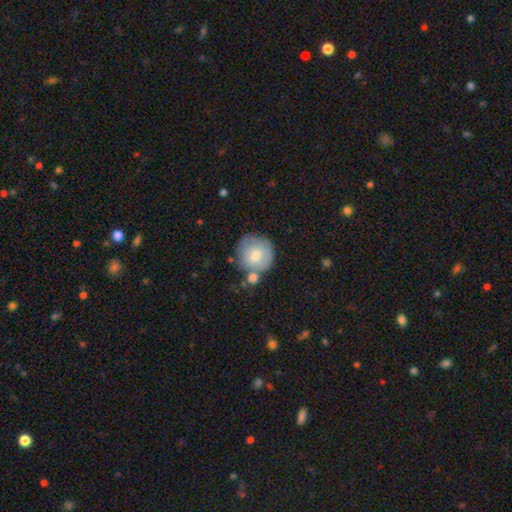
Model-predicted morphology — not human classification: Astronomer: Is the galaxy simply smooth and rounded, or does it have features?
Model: smooth — 73%.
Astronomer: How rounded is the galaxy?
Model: round — 91%.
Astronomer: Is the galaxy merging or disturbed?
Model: none — 57%.